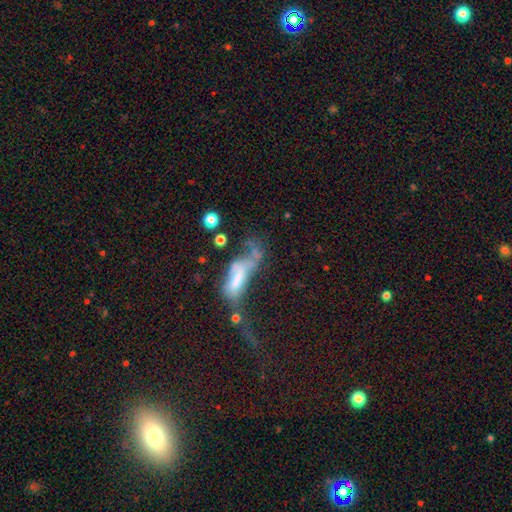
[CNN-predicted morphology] This is marginally a smooth galaxy (42%). Merging: marginally major disturbance (42%).